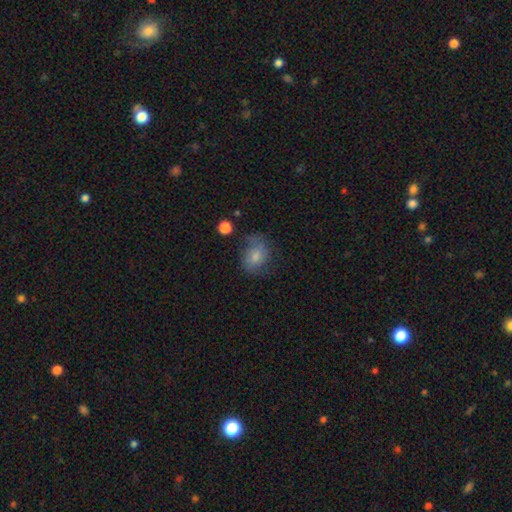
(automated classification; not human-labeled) A smooth galaxy with no disk features (63%) that is in between round and cigar-shaped (58%).

Vote fractions:
- Smooth or featured? smooth: 63% / featured or disk: 27% / star or artifact: 10%
- How rounded? in between: 58% / round: 41% / cigar-shaped: 1%
- Merging? none: 52% / minor disturbance: 28% / major disturbance: 16% / merger: 4%